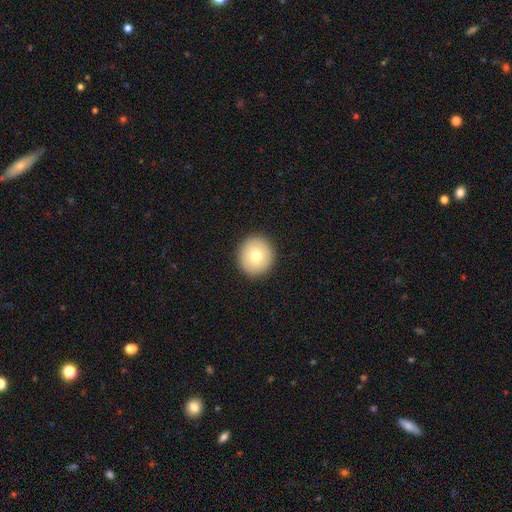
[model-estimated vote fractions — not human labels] This appears to be a smooth galaxy with no disk features (74%) that is round (92%). Merging: none (92%).